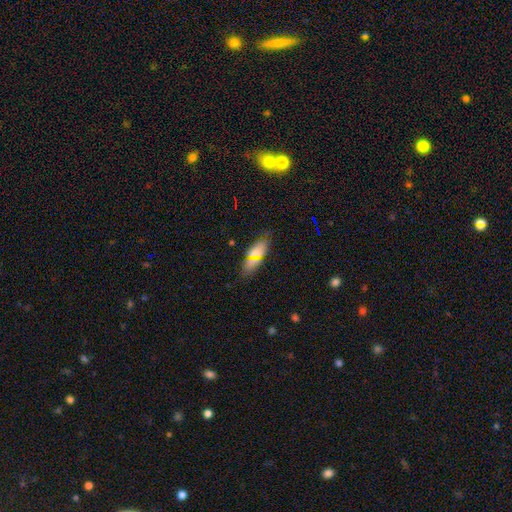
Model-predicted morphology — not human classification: This appears to be a smooth galaxy with no disk features (66%) that is in between round and cigar-shaped (76%). Merging: none (80%).